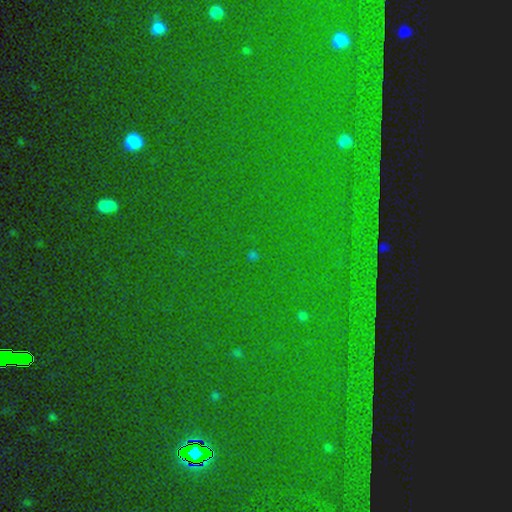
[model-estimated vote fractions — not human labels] The model was most divided on "smooth or featured": star or artifact: 82%, smooth: 10%, featured or disk: 8%.